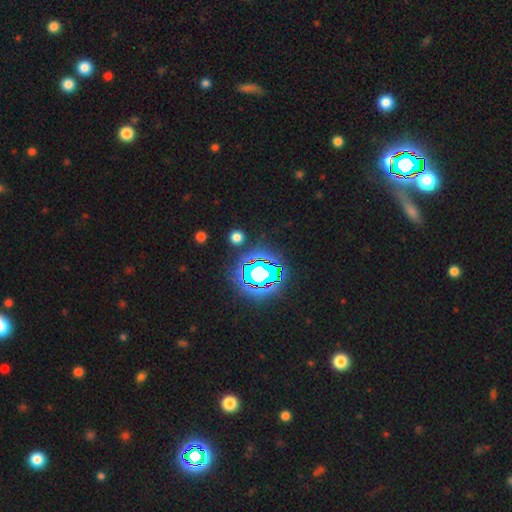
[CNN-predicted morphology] Q: Smooth or featured?
A: star or artifact (82%); runner-up: smooth (11%)